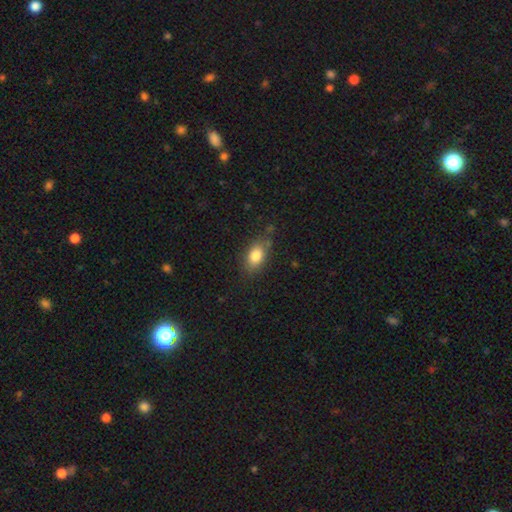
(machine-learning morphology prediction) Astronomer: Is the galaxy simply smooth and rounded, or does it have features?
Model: smooth — 81%.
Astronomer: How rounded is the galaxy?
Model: in between — 82%.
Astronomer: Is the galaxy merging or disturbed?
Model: none — 74%.